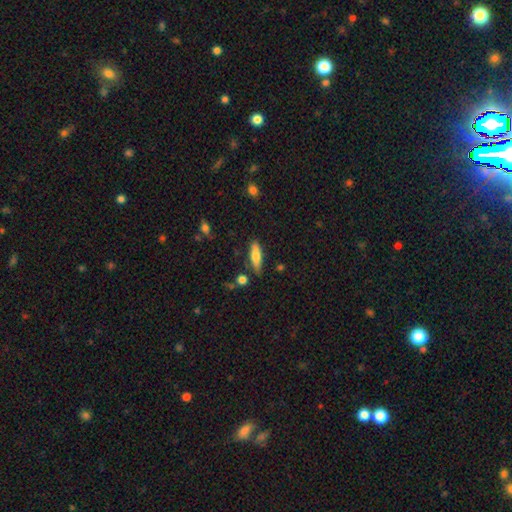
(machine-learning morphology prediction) Q: Smooth or featured?
A: smooth (71%); runner-up: featured or disk (22%)
Q: How rounded?
A: cigar-shaped (59%); runner-up: in between (39%)
Q: Merging?
A: none (79%); runner-up: minor disturbance (14%)